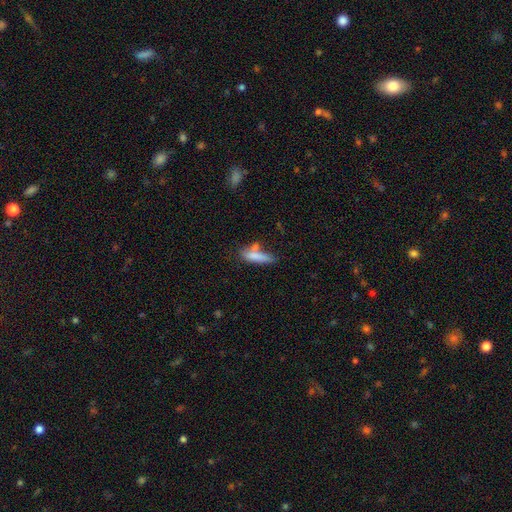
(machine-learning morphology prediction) A smooth galaxy with no disk features (77%) that is cigar-shaped (60%).

Vote fractions:
- Smooth or featured? smooth: 77% / featured or disk: 16% / star or artifact: 8%
- How rounded? cigar-shaped: 60% / in between: 37% / round: 2%
- Merging? none: 45% / merger: 25% / minor disturbance: 21% / major disturbance: 10%